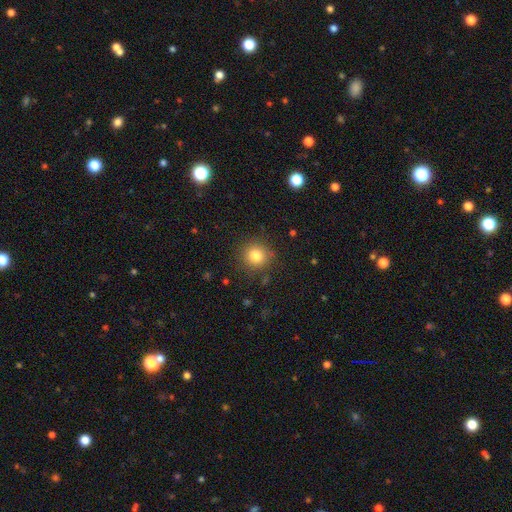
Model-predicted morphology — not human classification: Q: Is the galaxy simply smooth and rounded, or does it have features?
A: smooth — 82%.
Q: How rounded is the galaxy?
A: round — 92%.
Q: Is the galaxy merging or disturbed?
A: none — 87%.